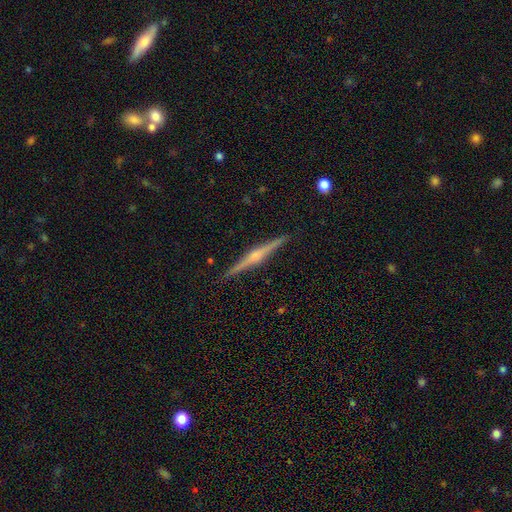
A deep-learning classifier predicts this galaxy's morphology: featured or disk 82%, smooth 12%, star or artifact 6%. Down the decision tree: edge-on disk — yes (99%); edge-on bulge — rounded (82%); merging — none (92%).